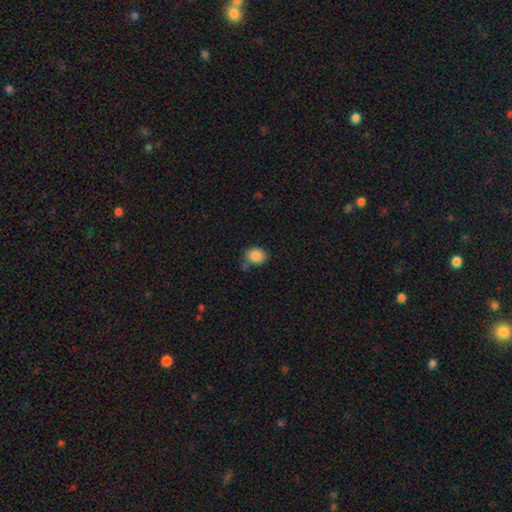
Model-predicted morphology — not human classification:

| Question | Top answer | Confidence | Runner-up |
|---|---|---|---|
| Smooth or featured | smooth | 87% | star or artifact (9%) |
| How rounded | round | 58% | in between (41%) |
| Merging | none | 65% | minor disturbance (19%) |